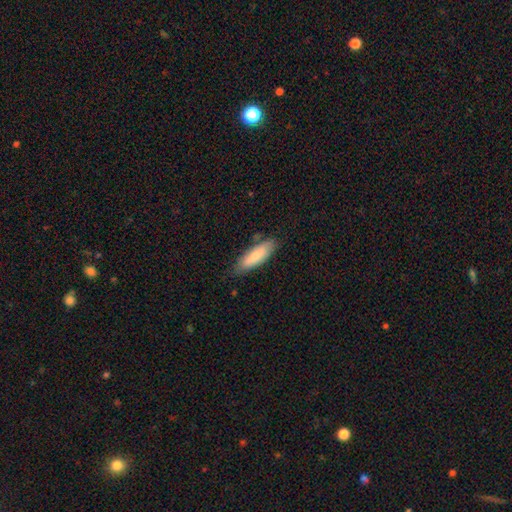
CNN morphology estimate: A smooth galaxy with no disk features (76%) that is in between round and cigar-shaped (56%). Merging: none (78%).